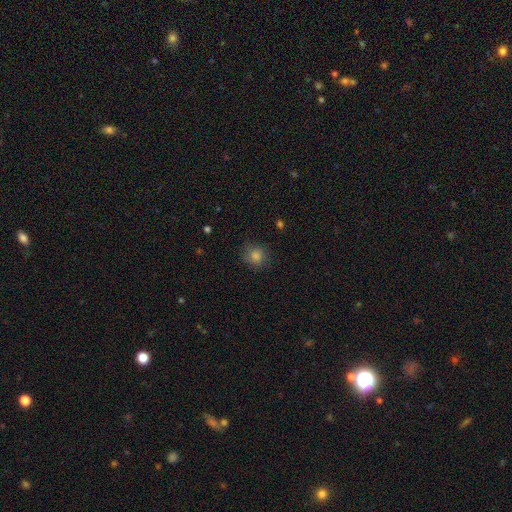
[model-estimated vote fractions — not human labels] This is likely a smooth galaxy (77%). How rounded: clearly round (81%). Merging: likely none (79%).